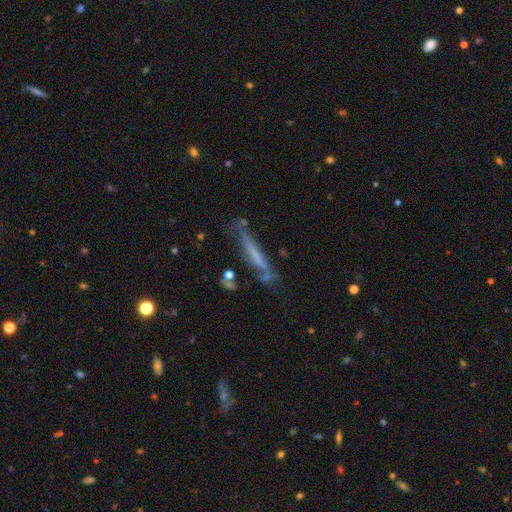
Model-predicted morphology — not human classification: Q: Smooth or featured?
A: featured or disk (50%); runner-up: smooth (40%)
Q: Merging?
A: none (56%); runner-up: minor disturbance (23%)